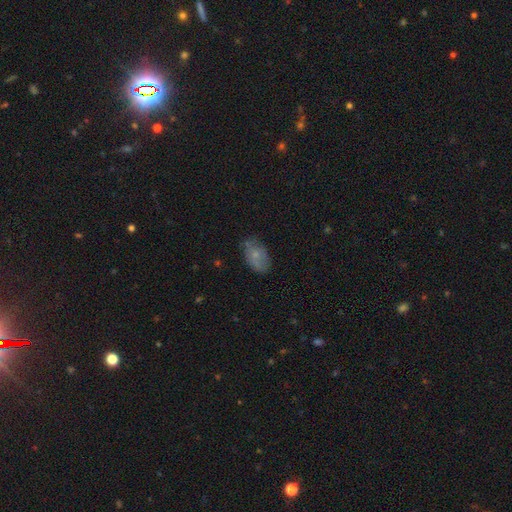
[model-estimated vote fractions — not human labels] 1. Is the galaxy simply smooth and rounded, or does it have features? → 66% smooth, 26% featured or disk, 8% star or artifact.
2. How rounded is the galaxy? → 91% in between, 7% round, 2% cigar-shaped.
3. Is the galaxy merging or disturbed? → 65% none, 26% minor disturbance, 7% major disturbance, 2% merger.